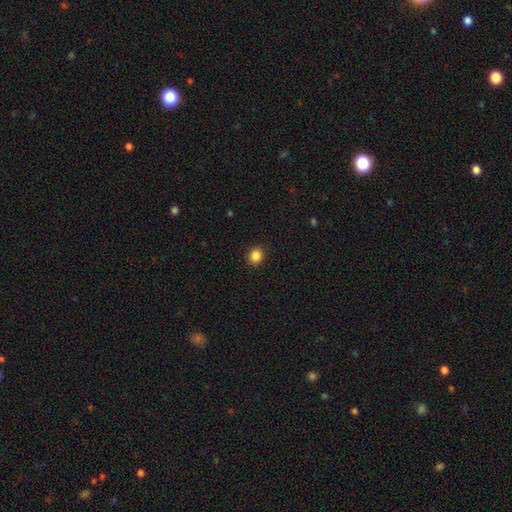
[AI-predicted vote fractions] A smooth galaxy with no disk features (86%) that is round (76%). Merging: none (91%).